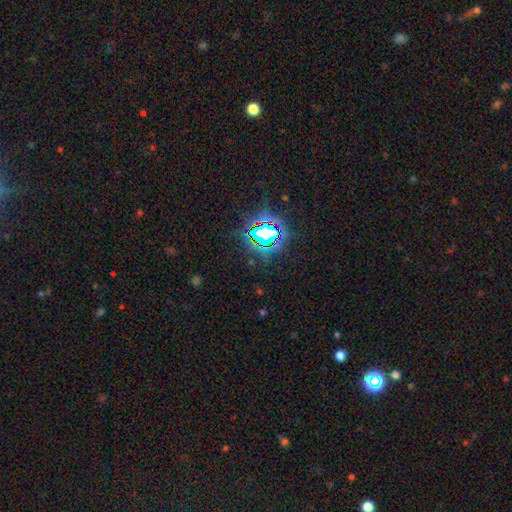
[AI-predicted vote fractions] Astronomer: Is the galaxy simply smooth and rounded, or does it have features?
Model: star or artifact — 80%.